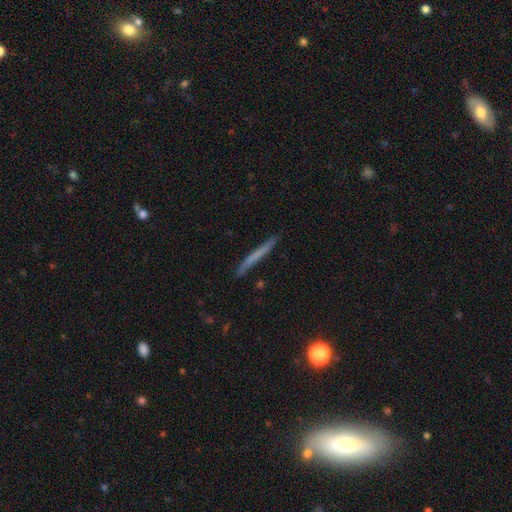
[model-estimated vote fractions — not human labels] smooth_or_featured: smooth (p=0.53) [alt: featured or disk p=0.40]
how_rounded: cigar-shaped (p=0.96) [alt: in between p=0.02]
merging: none (p=0.87) [alt: minor disturbance p=0.10]